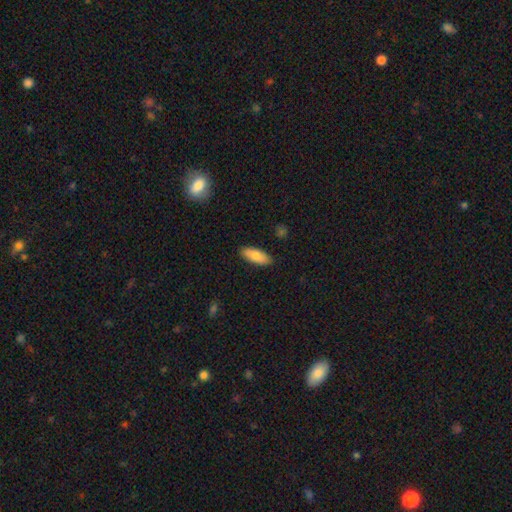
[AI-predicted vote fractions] Overall: smooth (83%). How rounded: in between (73%). Merging: none (88%).